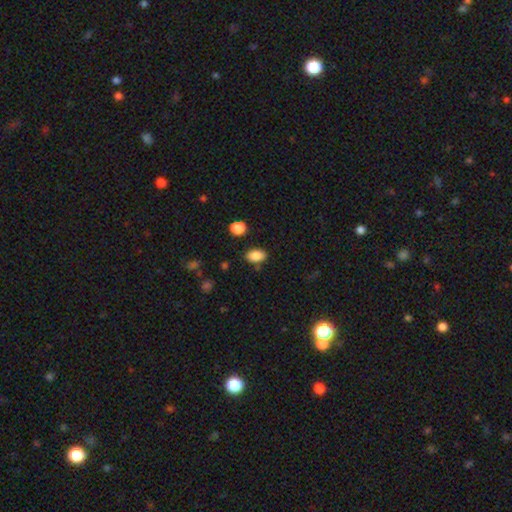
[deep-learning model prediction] This is clearly a smooth galaxy (86%). How rounded: clearly in between (88%). Merging: clearly none (81%).